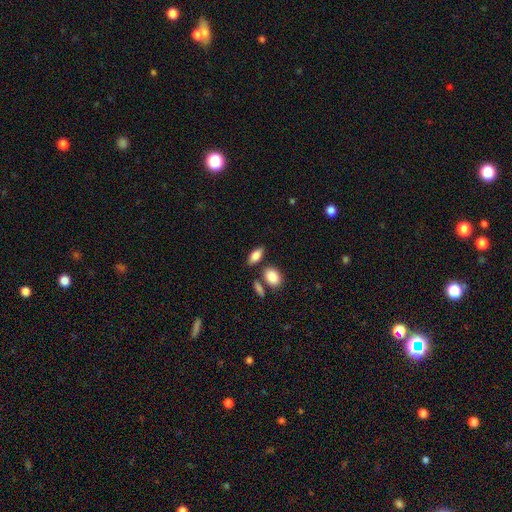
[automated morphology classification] Smooth or featured?
  - smooth: 82% *
  - featured or disk: 11%
  - star or artifact: 7%
How rounded?
  - in between: 86% *
  - cigar-shaped: 9%
  - round: 6%
Merging?
  - none: 72% *
  - minor disturbance: 12%
  - merger: 12%
  - major disturbance: 4%